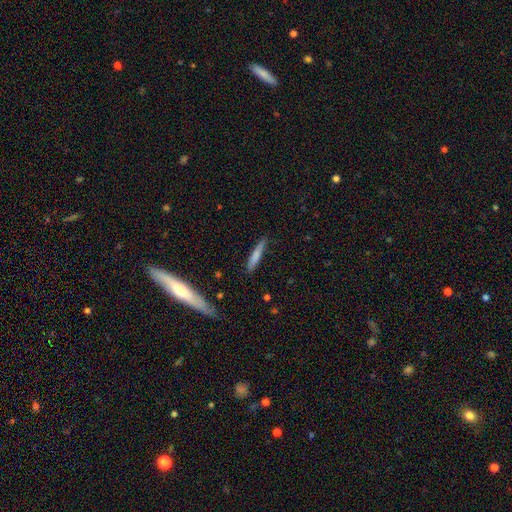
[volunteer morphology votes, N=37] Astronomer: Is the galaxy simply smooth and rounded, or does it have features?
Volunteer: smooth — 76%.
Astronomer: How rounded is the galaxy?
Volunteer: cigar-shaped — 100%.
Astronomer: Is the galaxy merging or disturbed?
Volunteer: none — 62%.